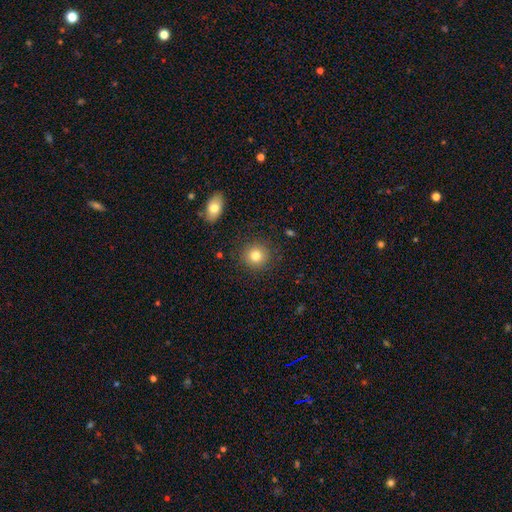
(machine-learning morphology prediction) This is likely a smooth galaxy (80%). How rounded: clearly round (90%). Merging: clearly none (88%).